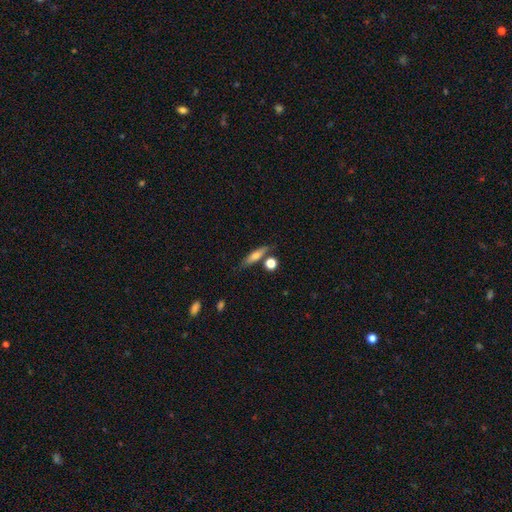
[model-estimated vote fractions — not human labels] Smooth or featured: smooth — 60% (featured or disk — 32%)
How rounded: cigar-shaped — 65% (in between — 29%)
Merging: none — 71% (minor disturbance — 14%)